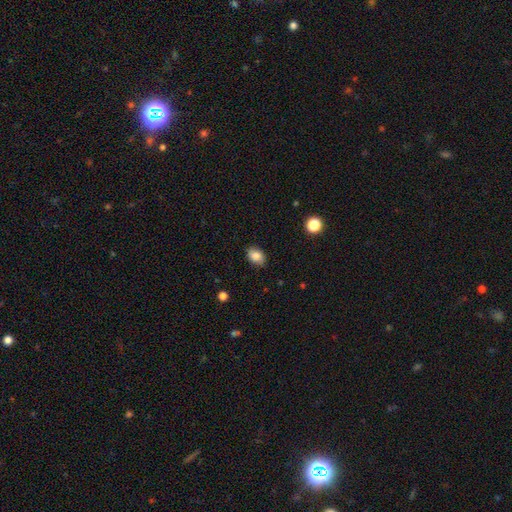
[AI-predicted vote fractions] This appears to be a smooth galaxy with no disk features (84%) that is in between round and cigar-shaped (79%). Merging: none (84%).